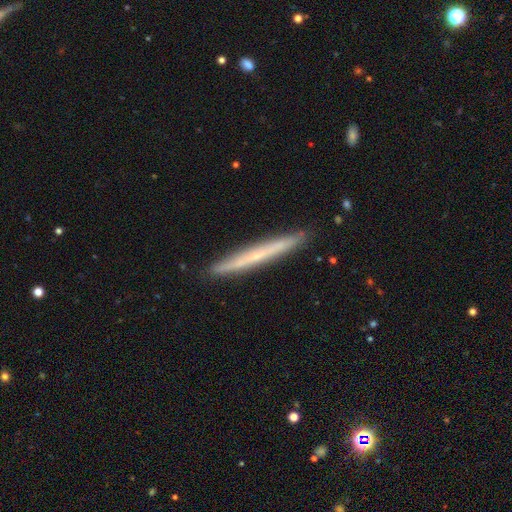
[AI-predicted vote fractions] smooth-or-featured: featured or disk: 50% | smooth: 43% | star or artifact: 7%
  disk-edge-on: yes: 96% | no: 4%
  merging: none: 90% | minor disturbance: 7% | major disturbance: 1% | merger: 1%